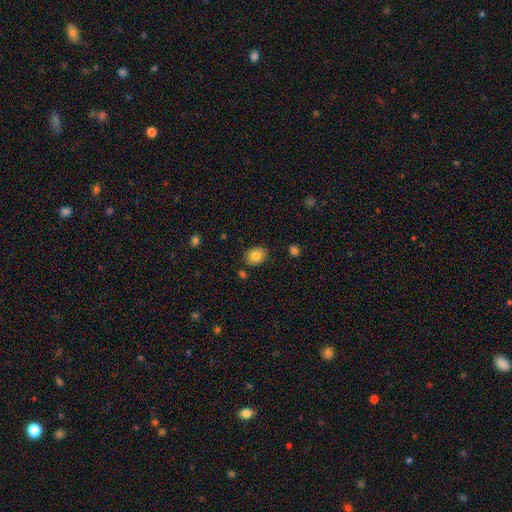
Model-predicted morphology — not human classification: Smooth or featured? smooth (83%)
How rounded? in between (59%)
Merging? none (84%)